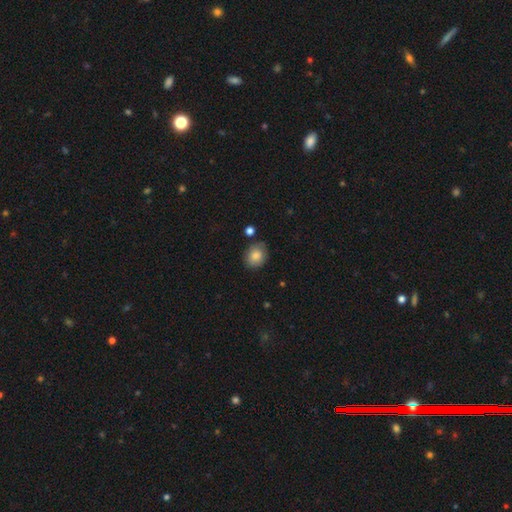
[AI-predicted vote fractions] smooth_or_featured: smooth (p=0.82) [alt: featured or disk p=0.10]
how_rounded: round (p=0.62) [alt: in between p=0.37]
merging: none (p=0.78) [alt: minor disturbance p=0.15]